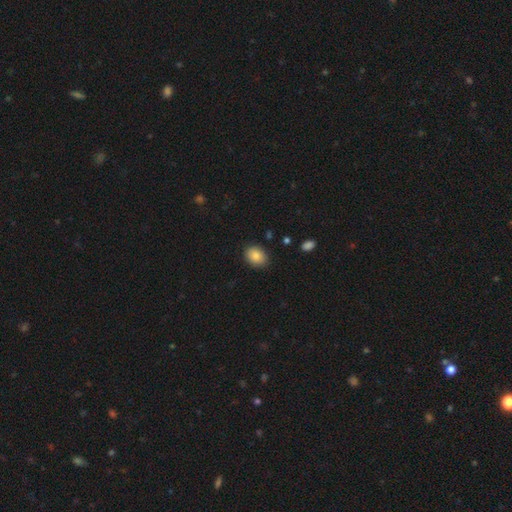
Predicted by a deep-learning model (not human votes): smooth-or-featured: smooth: 85% | star or artifact: 8% | featured or disk: 7%
  how-rounded: in between: 61% | round: 38% | cigar-shaped: 1%
  merging: none: 86% | minor disturbance: 11% | major disturbance: 2% | merger: 1%